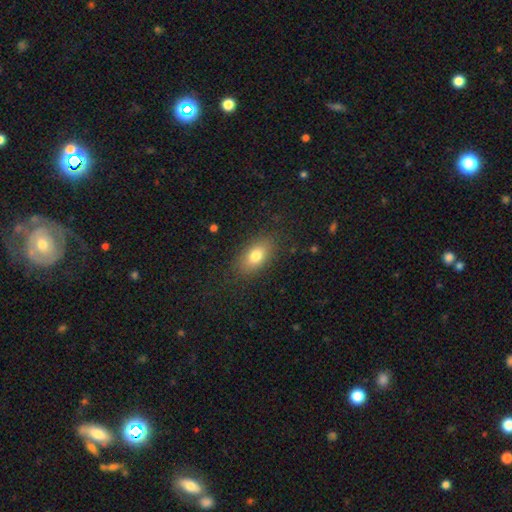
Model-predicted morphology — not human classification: Smooth or featured: smooth — 77% (featured or disk — 14%)
How rounded: in between — 86% (round — 8%)
Merging: none — 84% (minor disturbance — 11%)